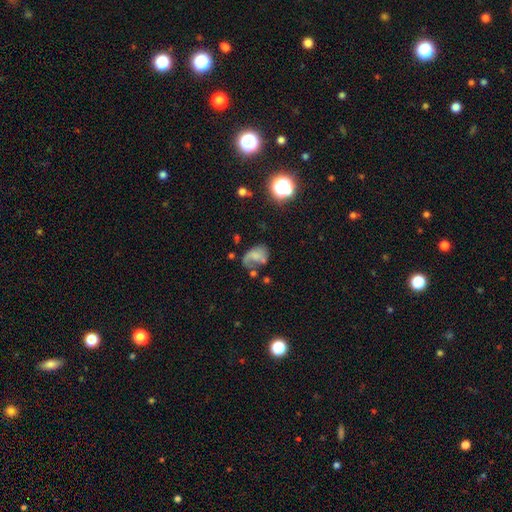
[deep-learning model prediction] Smooth or featured? Predicted: smooth (p=0.45). Merging? Predicted: major disturbance (p=0.33).